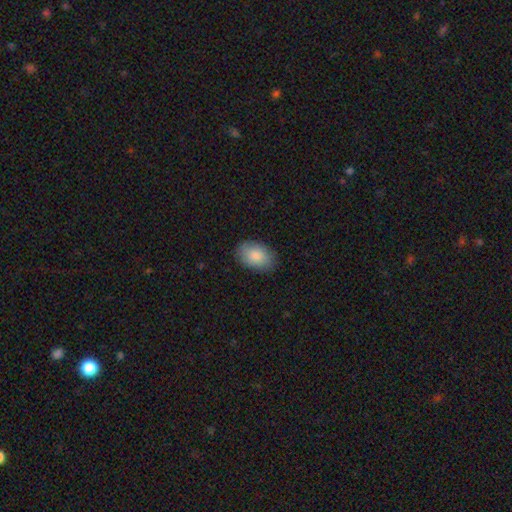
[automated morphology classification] This appears to be a smooth galaxy with no disk features (87%) that is in between round and cigar-shaped (88%). Merging: none (85%).